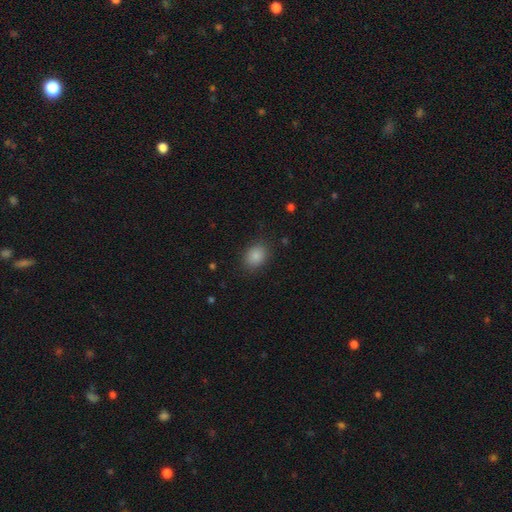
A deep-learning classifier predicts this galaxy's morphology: The model was most divided on "how rounded": in between: 59%, round: 40%, cigar-shaped: 1%. More confident: smooth or featured — smooth (86%); merging — none (84%).